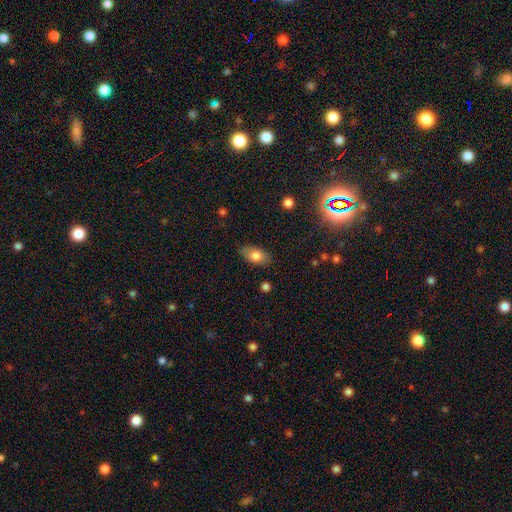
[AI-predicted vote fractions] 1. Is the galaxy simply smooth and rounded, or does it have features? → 77% smooth, 15% featured or disk, 8% star or artifact.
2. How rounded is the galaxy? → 90% in between, 6% round, 4% cigar-shaped.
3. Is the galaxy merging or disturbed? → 83% none, 13% minor disturbance, 3% major disturbance, 1% merger.